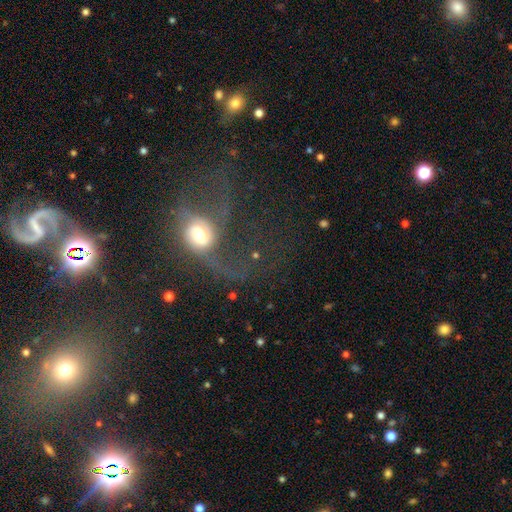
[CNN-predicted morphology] A featured or disk galaxy (48%). Merging: major disturbance (57%).